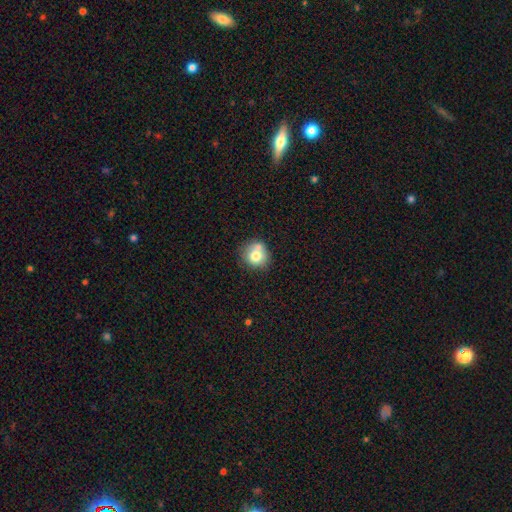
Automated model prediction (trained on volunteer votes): Q: Smooth or featured?
A: smooth (74%); runner-up: featured or disk (16%)
Q: How rounded?
A: round (86%); runner-up: in between (13%)
Q: Merging?
A: none (56%); runner-up: merger (23%)